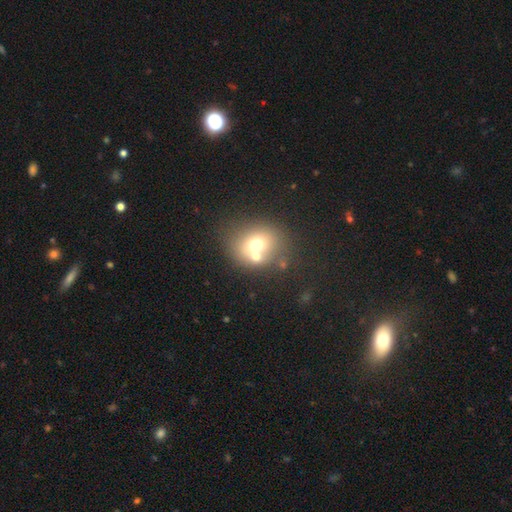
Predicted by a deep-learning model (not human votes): A smooth galaxy with no disk features (65%) that is round (69%). Merging: none (48%).